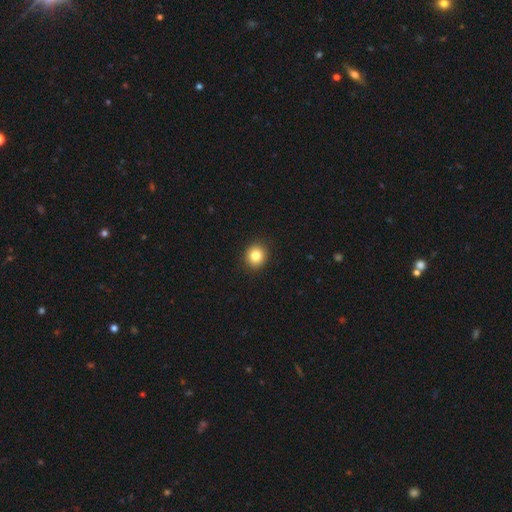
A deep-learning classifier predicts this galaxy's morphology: This is clearly a smooth galaxy (84%). How rounded: clearly round (85%). Merging: clearly none (91%).